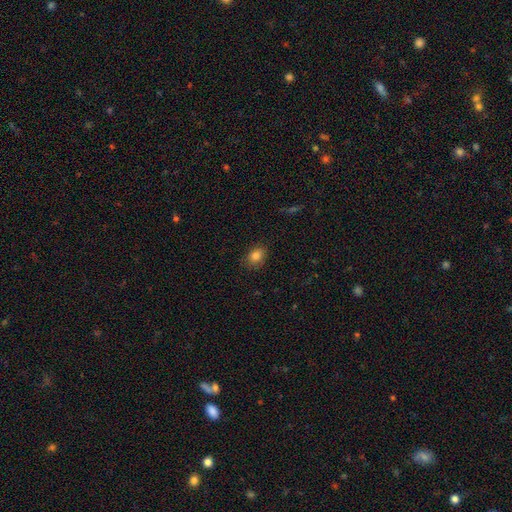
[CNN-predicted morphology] A smooth galaxy with no disk features (83%) that is in between round and cigar-shaped (61%). Merging: none (83%).